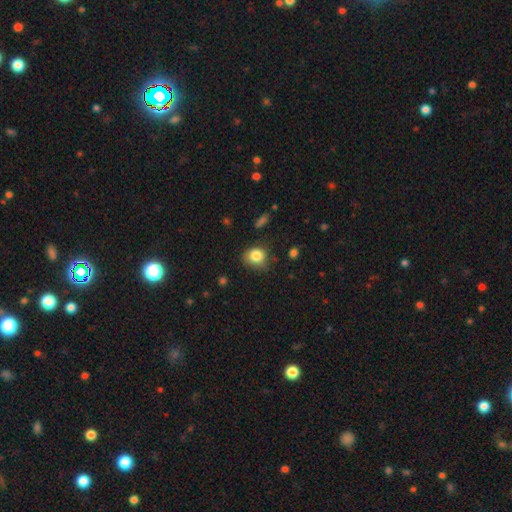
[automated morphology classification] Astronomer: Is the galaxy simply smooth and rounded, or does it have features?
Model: smooth — 83%.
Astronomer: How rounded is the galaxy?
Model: round — 71%.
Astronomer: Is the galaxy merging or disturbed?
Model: none — 68%.